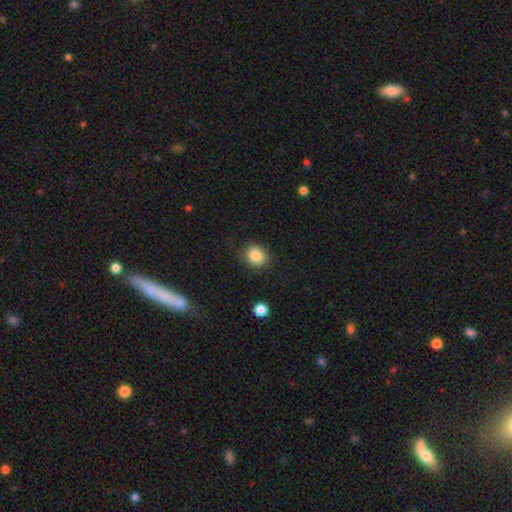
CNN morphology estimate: Q: Smooth or featured?
A: smooth (84%); runner-up: star or artifact (9%)
Q: How rounded?
A: round (78%); runner-up: in between (21%)
Q: Merging?
A: none (82%); runner-up: minor disturbance (13%)